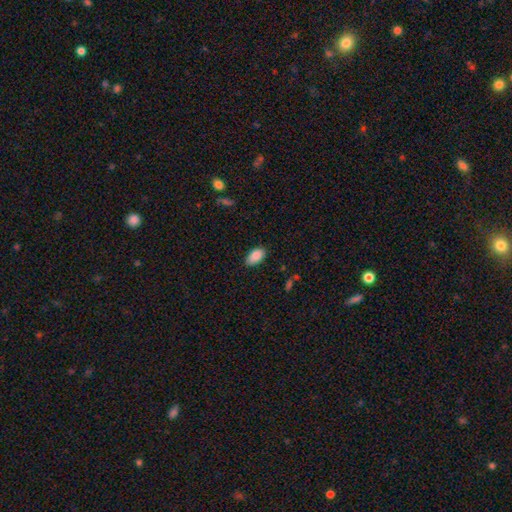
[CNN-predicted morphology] A smooth galaxy with no disk features (88%) that is in between round and cigar-shaped (94%). Merging: none (83%).